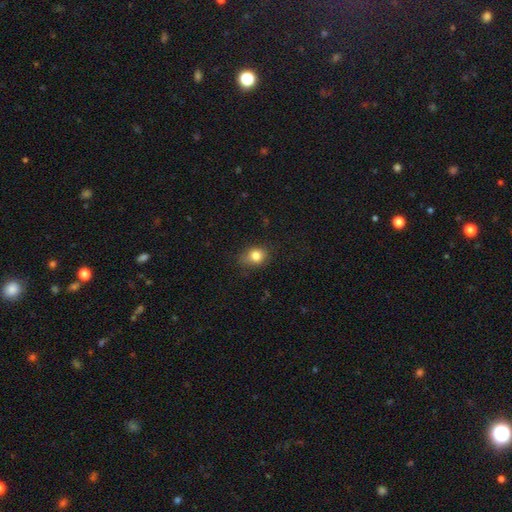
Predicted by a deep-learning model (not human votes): Smooth or featured?
  - smooth: 81% *
  - star or artifact: 11%
  - featured or disk: 8%
How rounded?
  - round: 54% *
  - in between: 44%
  - cigar-shaped: 1%
Merging?
  - none: 68% *
  - minor disturbance: 23%
  - major disturbance: 7%
  - merger: 1%